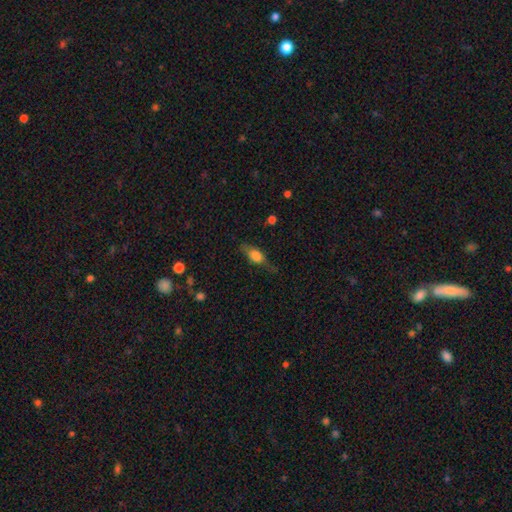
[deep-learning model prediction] A smooth galaxy with no disk features (65%) that is in between round and cigar-shaped (70%). Merging: none (62%).